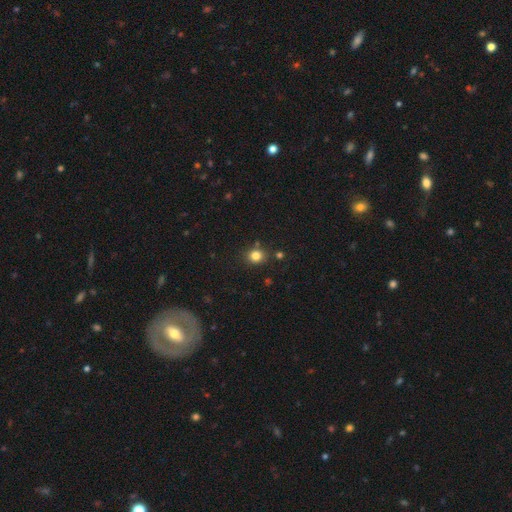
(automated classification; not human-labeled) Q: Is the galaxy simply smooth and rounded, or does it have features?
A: smooth — 82%.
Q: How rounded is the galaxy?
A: round — 77%.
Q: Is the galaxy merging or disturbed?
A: none — 82%.